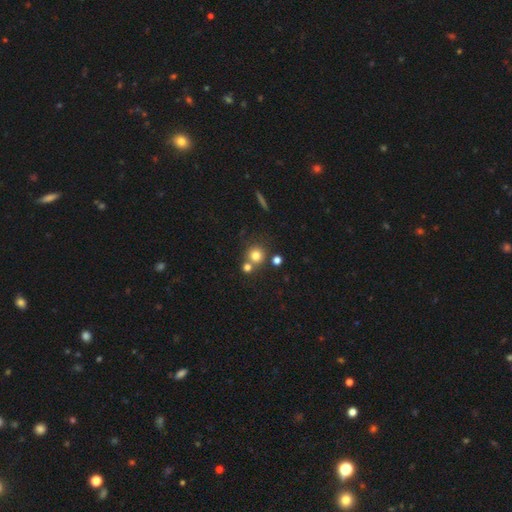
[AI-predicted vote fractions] This is likely a smooth galaxy (77%). How rounded: clearly round (90%). Merging: possibly none (57%).